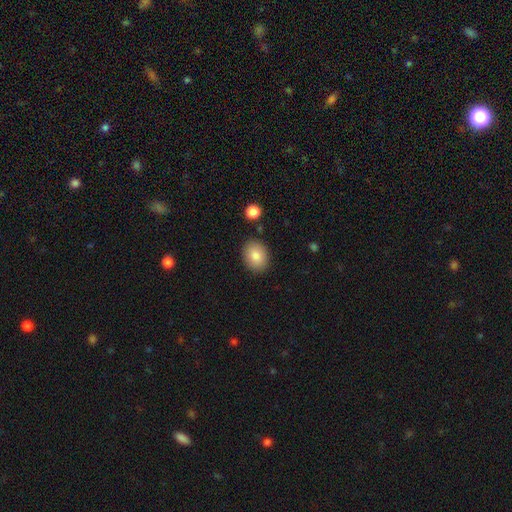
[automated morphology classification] Smooth or featured?
  - smooth: 84% *
  - featured or disk: 8%
  - star or artifact: 8%
How rounded?
  - in between: 57% *
  - round: 42%
  - cigar-shaped: 1%
Merging?
  - none: 87% *
  - minor disturbance: 9%
  - major disturbance: 2%
  - merger: 2%